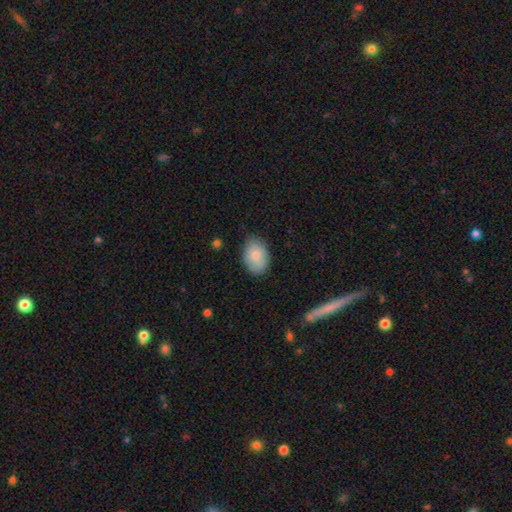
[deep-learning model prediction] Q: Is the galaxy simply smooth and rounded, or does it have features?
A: smooth — 82%.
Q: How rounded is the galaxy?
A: in between — 84%.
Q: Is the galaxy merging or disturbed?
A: none — 80%.